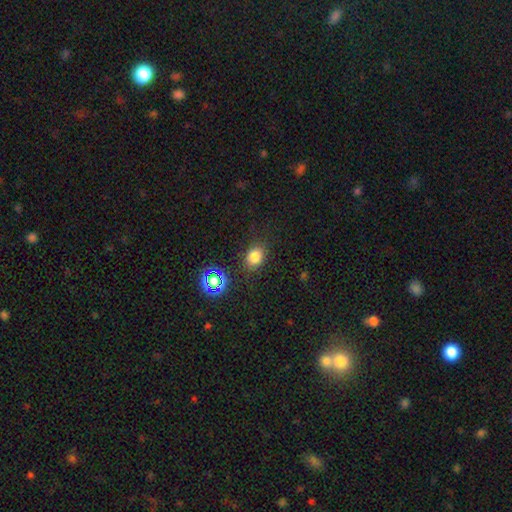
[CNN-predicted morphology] smooth 76%, star or artifact 17%, featured or disk 7%. Down the decision tree: how rounded — in between (57%); merging — none (81%).